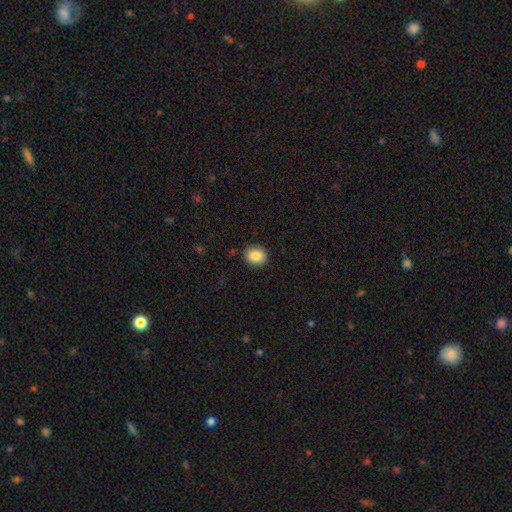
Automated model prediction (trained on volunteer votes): Smooth or featured? Predicted: smooth (p=0.87). How rounded? Predicted: round (p=0.70). Merging? Predicted: none (p=0.90).